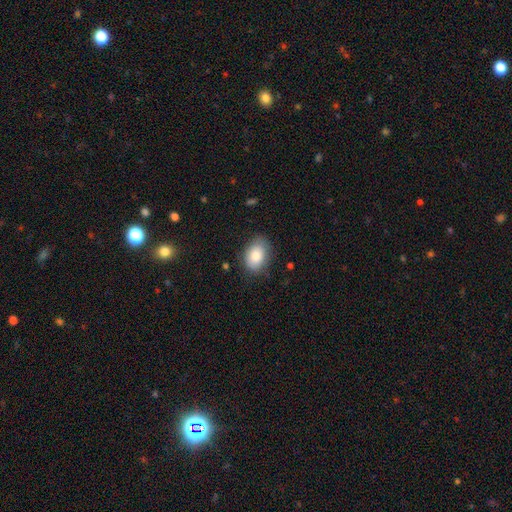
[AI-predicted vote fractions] Q: Smooth or featured?
A: smooth (82%); runner-up: featured or disk (10%)
Q: How rounded?
A: in between (82%); runner-up: round (17%)
Q: Merging?
A: none (77%); runner-up: minor disturbance (18%)